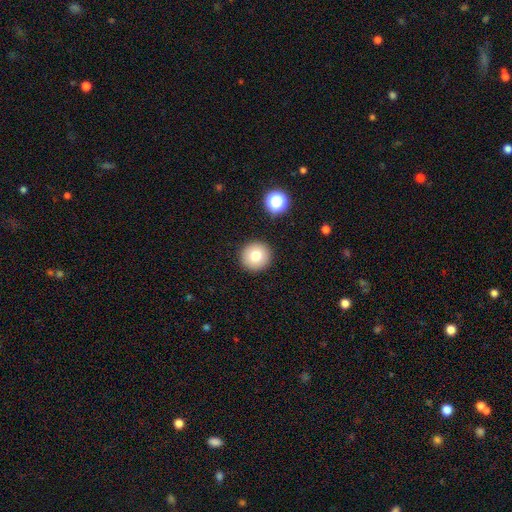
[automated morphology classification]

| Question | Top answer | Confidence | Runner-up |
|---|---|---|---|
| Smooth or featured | smooth | 77% | star or artifact (11%) |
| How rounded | round | 95% | in between (4%) |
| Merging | none | 91% | minor disturbance (5%) |